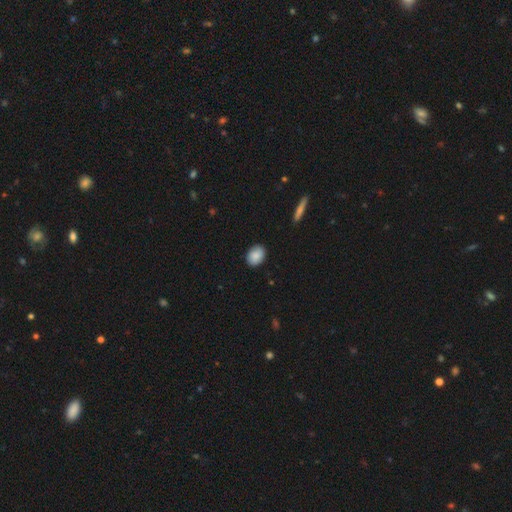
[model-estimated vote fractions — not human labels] Q: Smooth or featured?
A: smooth (88%); runner-up: star or artifact (7%)
Q: How rounded?
A: in between (62%); runner-up: round (37%)
Q: Merging?
A: none (88%); runner-up: minor disturbance (9%)